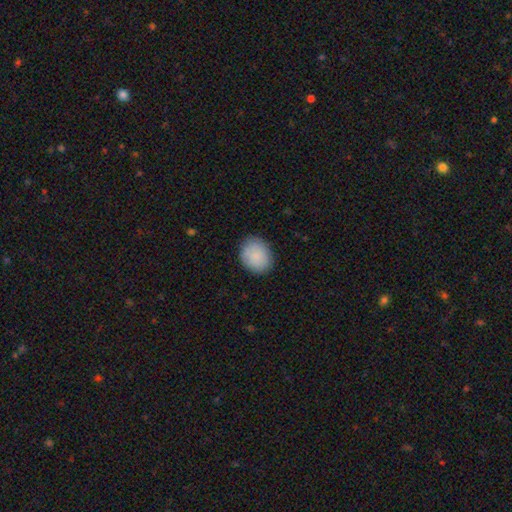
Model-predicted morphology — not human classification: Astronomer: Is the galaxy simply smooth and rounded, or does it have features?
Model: smooth — 87%.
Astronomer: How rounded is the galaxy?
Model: round — 50% (runner-up: in between, 49%).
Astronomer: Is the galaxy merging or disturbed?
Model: none — 83%.